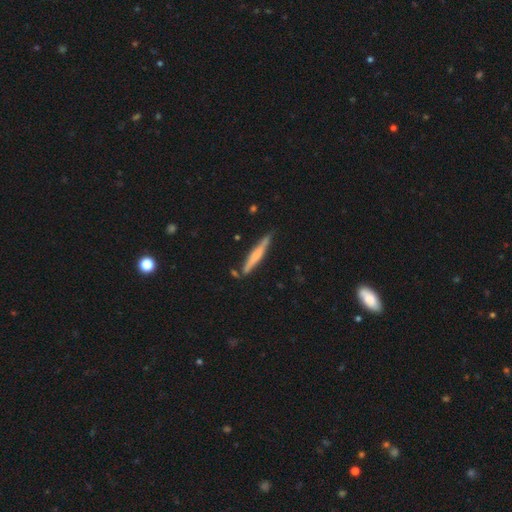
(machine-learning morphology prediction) smooth_or_featured: smooth (p=0.48) [alt: featured or disk p=0.46]
merging: none (p=0.80) [alt: minor disturbance p=0.13]